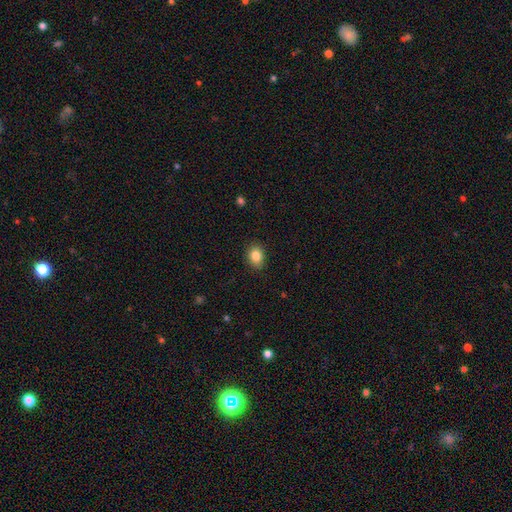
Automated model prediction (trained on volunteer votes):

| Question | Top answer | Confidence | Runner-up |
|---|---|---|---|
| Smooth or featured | smooth | 85% | star or artifact (9%) |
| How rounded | in between | 58% | round (41%) |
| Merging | none | 88% | minor disturbance (9%) |